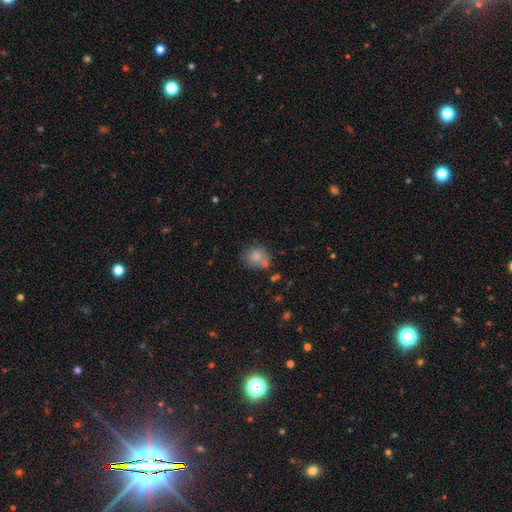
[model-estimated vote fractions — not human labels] Smooth or featured: smooth — 77% (star or artifact — 14%)
How rounded: round — 75% (in between — 24%)
Merging: none — 65% (minor disturbance — 17%)